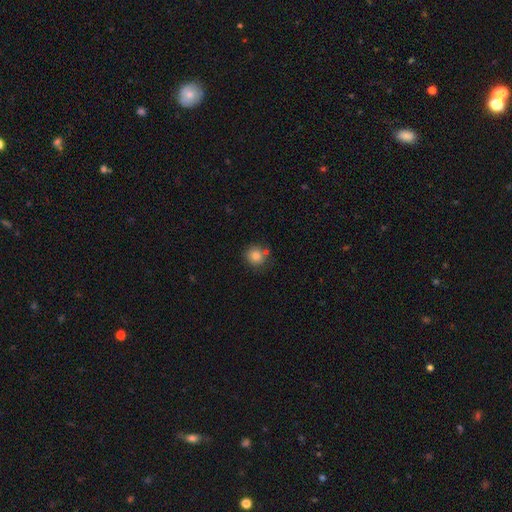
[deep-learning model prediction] smooth-or-featured: smooth: 83% | star or artifact: 10% | featured or disk: 7%
  how-rounded: round: 88% | in between: 11% | cigar-shaped: 1%
  merging: none: 69% | merger: 14% | minor disturbance: 13% | major disturbance: 3%